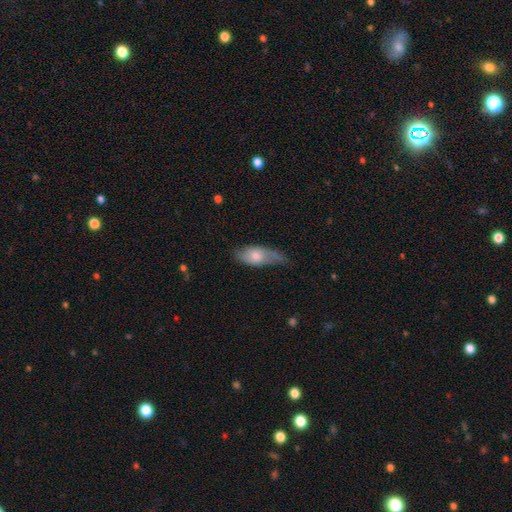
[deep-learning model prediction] A smooth galaxy with no disk features (50%) that is in between round and cigar-shaped (73%). Merging: none (51%).